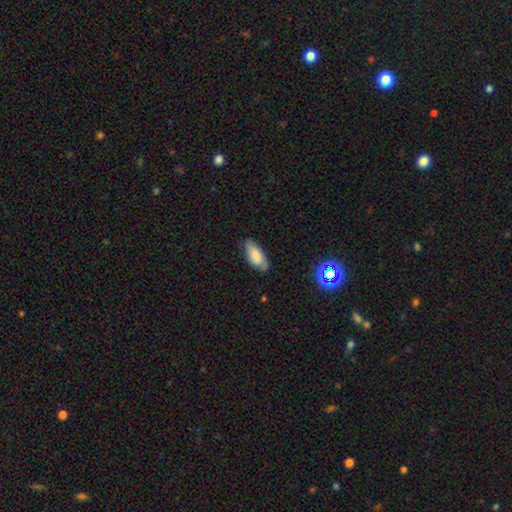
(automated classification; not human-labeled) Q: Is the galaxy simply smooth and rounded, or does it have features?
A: smooth — 75%.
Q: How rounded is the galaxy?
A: in between — 84%.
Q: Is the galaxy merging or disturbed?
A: none — 71%.